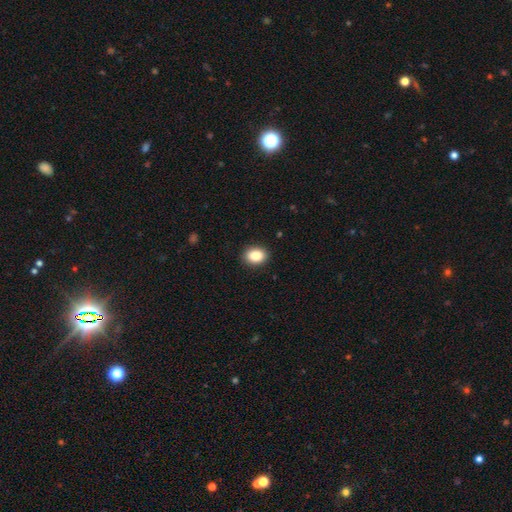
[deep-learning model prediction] A smooth galaxy with no disk features (87%) that is in between round and cigar-shaped (66%). Merging: none (90%).